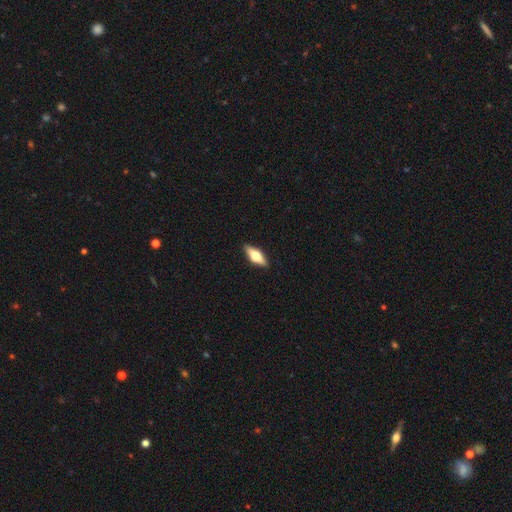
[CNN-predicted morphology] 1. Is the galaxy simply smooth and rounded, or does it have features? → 49% smooth, 45% featured or disk, 6% star or artifact.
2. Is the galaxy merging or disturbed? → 89% none, 8% minor disturbance, 2% major disturbance, 1% merger.